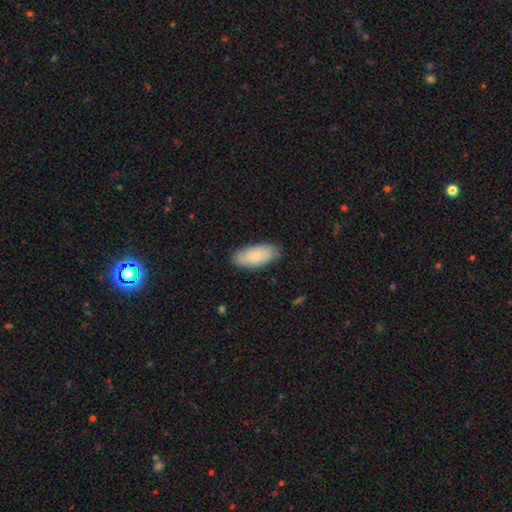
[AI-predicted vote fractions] Smooth or featured? smooth (70%)
How rounded? in between (89%)
Merging? none (82%)